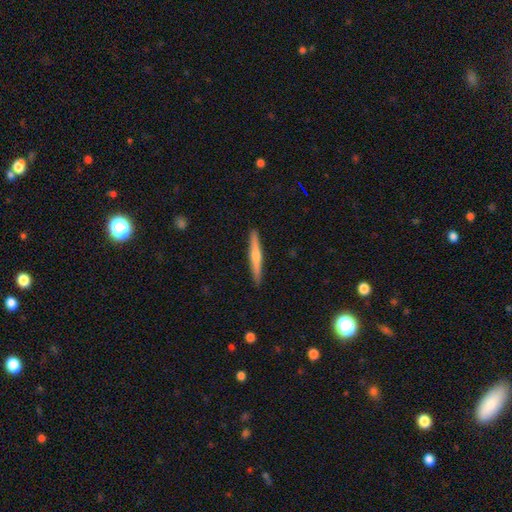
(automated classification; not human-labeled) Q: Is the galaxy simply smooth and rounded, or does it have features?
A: featured or disk — 59%.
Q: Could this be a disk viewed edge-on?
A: yes — 97%.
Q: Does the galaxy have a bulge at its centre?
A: rounded — 78%.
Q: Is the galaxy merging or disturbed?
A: none — 92%.